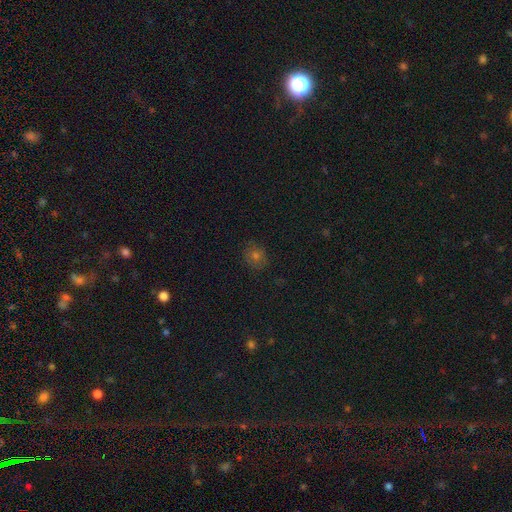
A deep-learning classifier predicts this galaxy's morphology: A smooth galaxy with no disk features (69%) that is round (79%).

Vote fractions:
- Smooth or featured? smooth: 69% / star or artifact: 20% / featured or disk: 11%
- How rounded? round: 79% / in between: 20% / cigar-shaped: 1%
- Merging? none: 85% / minor disturbance: 11% / major disturbance: 3% / merger: 1%